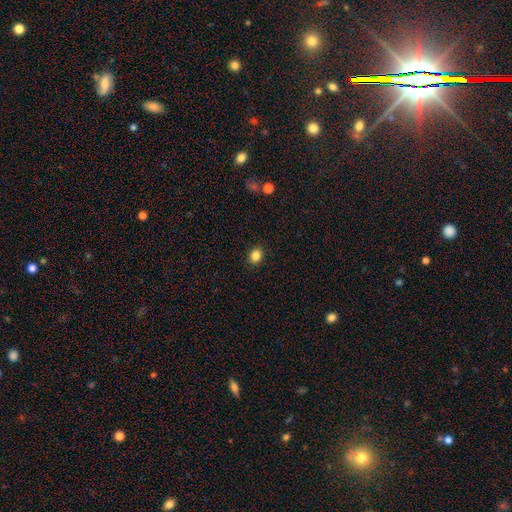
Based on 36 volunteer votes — A smooth galaxy with no disk features (92%) that is in between round and cigar-shaped (55%).

Vote fractions:
- Smooth or featured? smooth: 92% / featured or disk: 6% / star or artifact: 3%
- How rounded? in between: 55% / round: 45% / cigar-shaped: 0%
- Merging? none: 100% / minor disturbance: 0% / major disturbance: 0% / merger: 0%